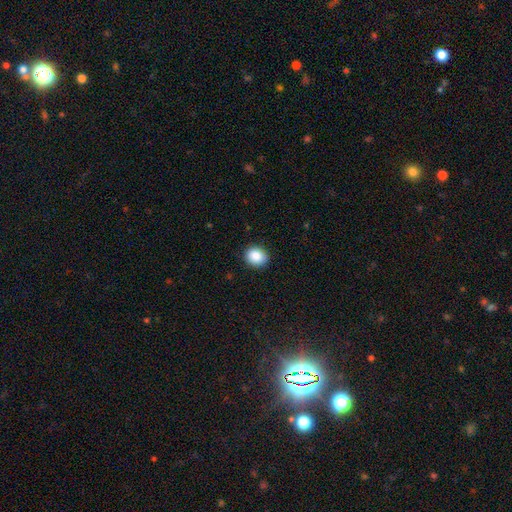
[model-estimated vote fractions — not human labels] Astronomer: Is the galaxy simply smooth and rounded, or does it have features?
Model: smooth — 88%.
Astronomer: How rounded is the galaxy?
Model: round — 74%.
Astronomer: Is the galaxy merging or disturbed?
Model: none — 90%.